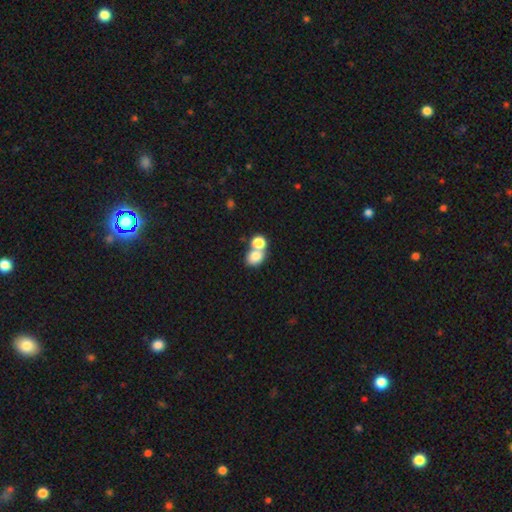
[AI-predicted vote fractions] The model was most divided on "how rounded": round: 50%, in between: 49%, cigar-shaped: 1%. More confident: smooth or featured — smooth (78%); merging — merger (52%).